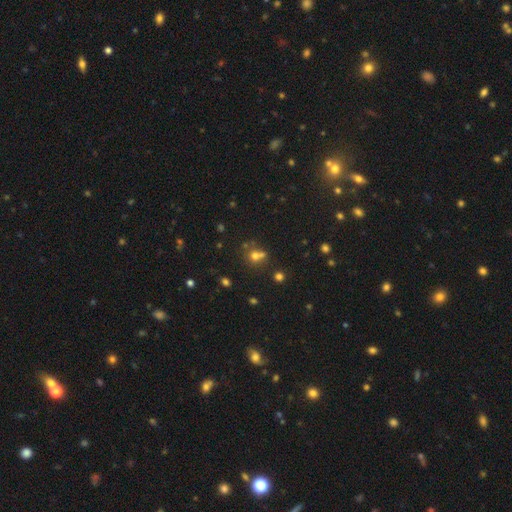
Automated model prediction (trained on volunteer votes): Smooth or featured? Predicted: smooth (p=0.61). How rounded? Predicted: round (p=0.80). Merging? Predicted: none (p=0.48).